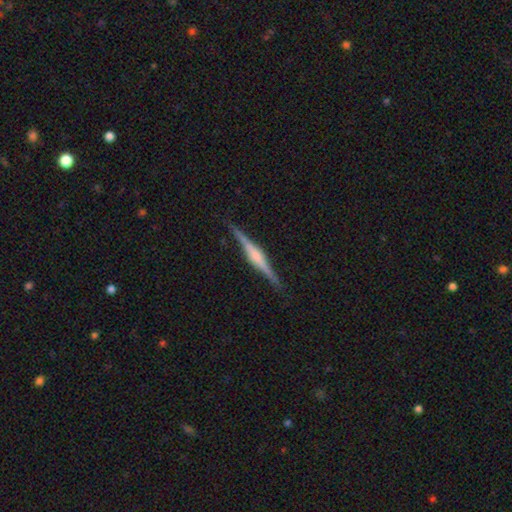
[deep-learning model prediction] Overall: featured or disk (81%). Edge-on disk: yes (98%). Edge-on bulge: rounded (62%; boxy 30%). Merging: none (90%).